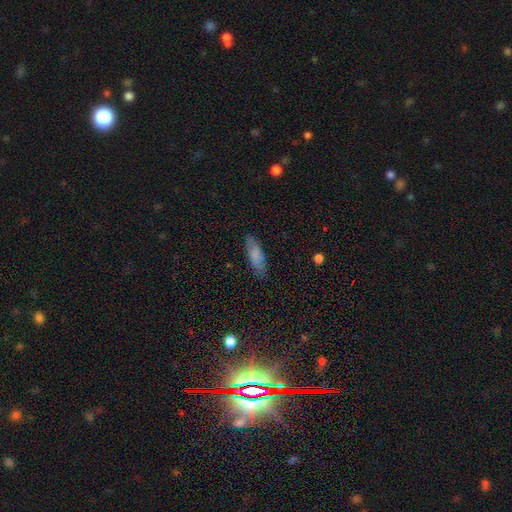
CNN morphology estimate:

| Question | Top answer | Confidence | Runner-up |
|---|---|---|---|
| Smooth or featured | smooth | 78% | featured or disk (15%) |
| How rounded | in between | 58% | cigar-shaped (40%) |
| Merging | none | 83% | minor disturbance (13%) |